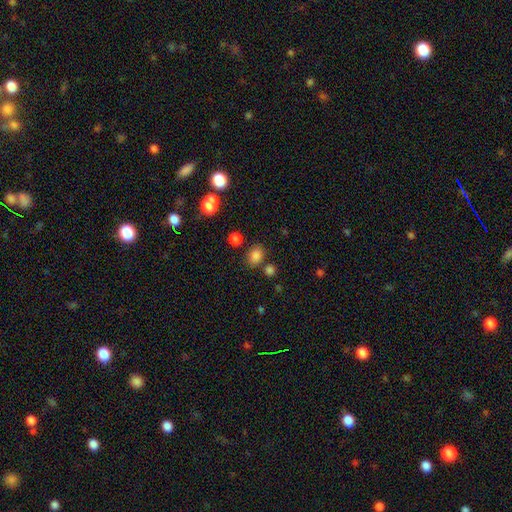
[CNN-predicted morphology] Overall: smooth (82%). How rounded: round (50%; in between 49%). Merging: none (74%).